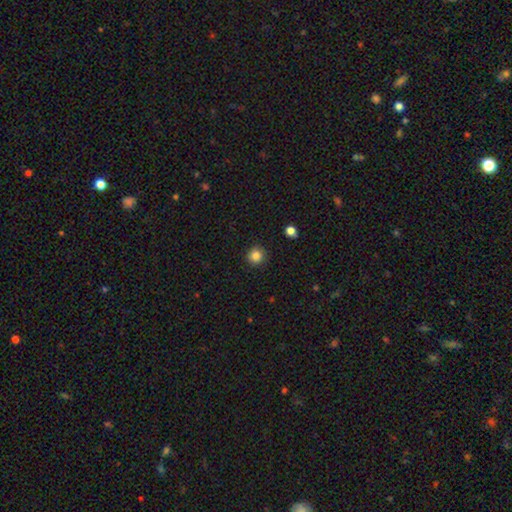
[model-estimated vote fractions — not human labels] A smooth galaxy with no disk features (85%) that is round (94%). Merging: none (91%).